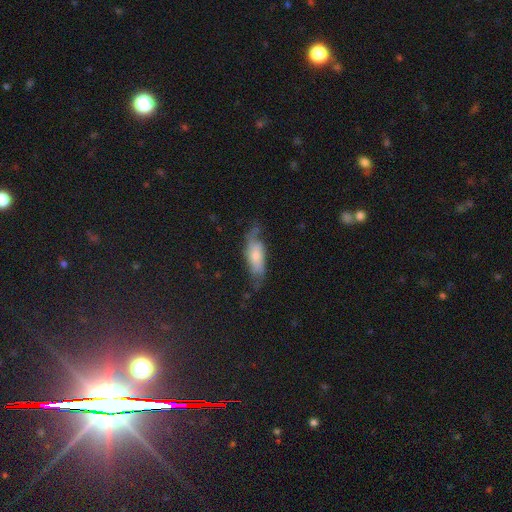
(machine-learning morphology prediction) A featured or disk galaxy (54%).

Vote fractions:
- Smooth or featured? featured or disk: 54% / smooth: 38% / star or artifact: 8%
- Edge-on disk? no: 79% / yes: 21%
- Merging? none: 54% / minor disturbance: 28% / major disturbance: 16% / merger: 2%